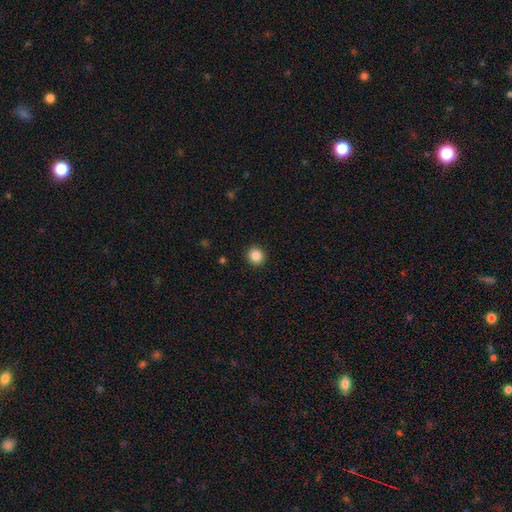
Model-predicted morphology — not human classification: Smooth or featured? smooth (87%)
How rounded? round (93%)
Merging? none (93%)